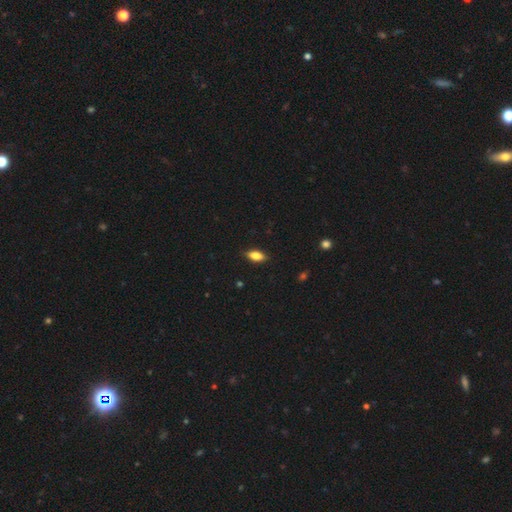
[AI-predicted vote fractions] Q: Smooth or featured?
A: smooth (76%); runner-up: featured or disk (16%)
Q: How rounded?
A: in between (84%); runner-up: cigar-shaped (12%)
Q: Merging?
A: none (87%); runner-up: minor disturbance (10%)